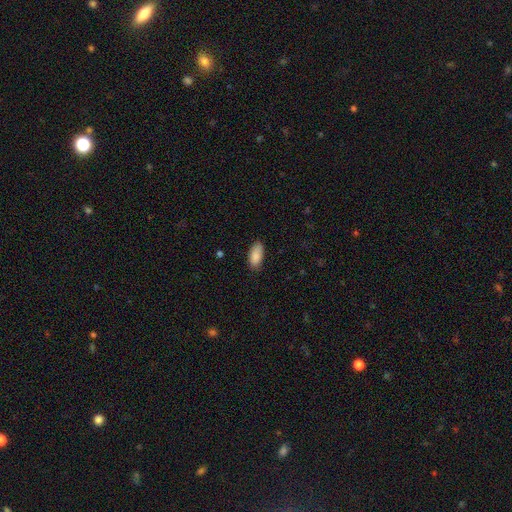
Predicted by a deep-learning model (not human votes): A smooth galaxy with no disk features (89%) that is in between round and cigar-shaped (91%). Merging: none (82%).